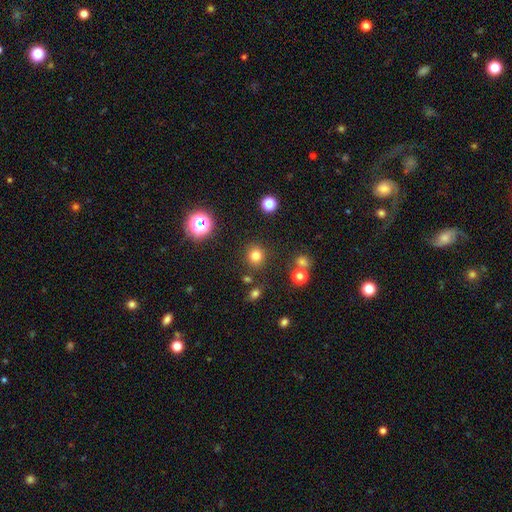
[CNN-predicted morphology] This is likely a smooth galaxy (78%). How rounded: clearly round (87%). Merging: clearly none (87%).